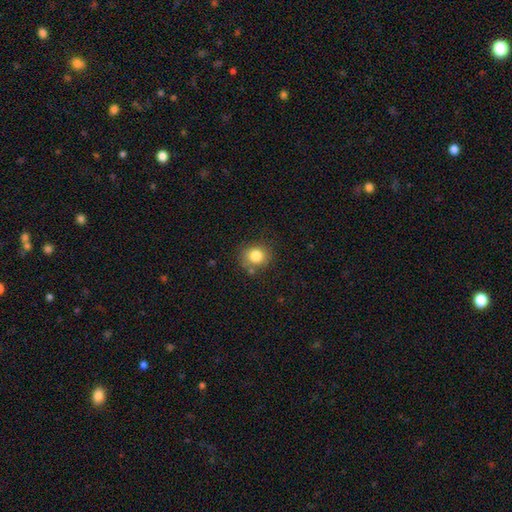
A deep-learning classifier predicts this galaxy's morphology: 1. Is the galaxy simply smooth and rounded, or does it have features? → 82% smooth, 11% star or artifact, 7% featured or disk.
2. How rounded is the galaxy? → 82% round, 17% in between, 1% cigar-shaped.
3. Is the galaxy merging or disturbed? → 76% none, 14% minor disturbance, 6% merger, 4% major disturbance.